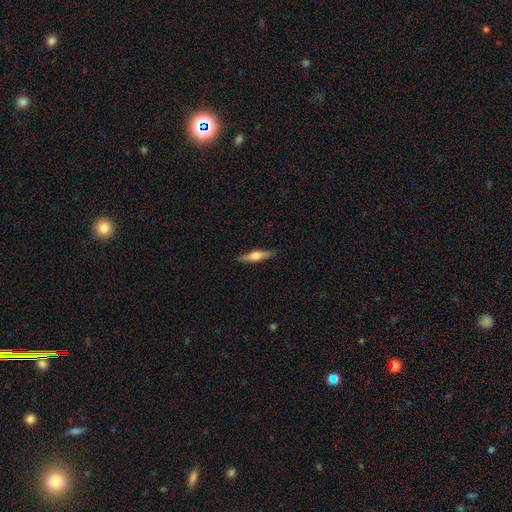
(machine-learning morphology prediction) smooth-or-featured: featured or disk: 58% | smooth: 36% | star or artifact: 6%
  disk-edge-on: yes: 96% | no: 4%
    edge-on-bulge: rounded: 90% | boxy: 7% | none: 3%
  merging: none: 90% | minor disturbance: 8% | major disturbance: 2% | merger: 1%